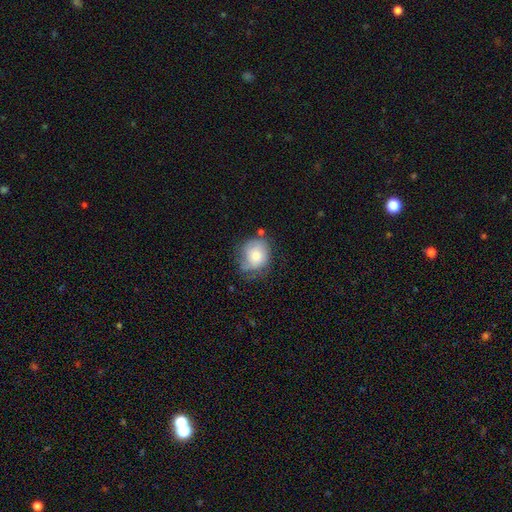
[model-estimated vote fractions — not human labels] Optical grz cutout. It shows a smooth galaxy with no disk features (73%) that is round (63%). Merging: none (48%).